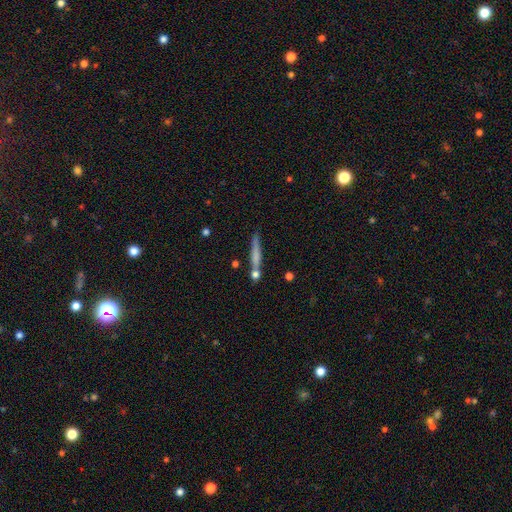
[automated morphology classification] A smooth galaxy with no disk features (57%) that is cigar-shaped (92%). Merging: none (68%).